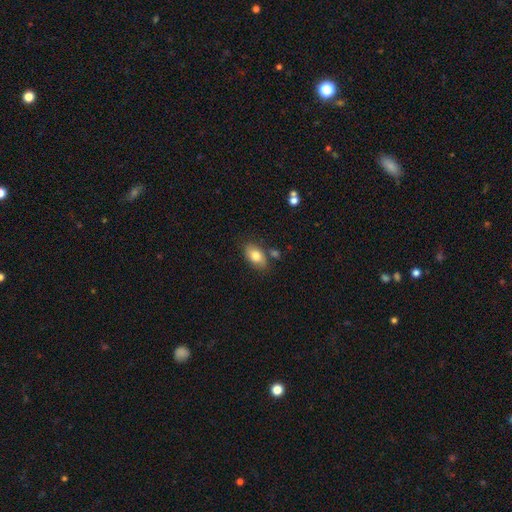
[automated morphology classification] smooth-or-featured: smooth: 78% | featured or disk: 14% | star or artifact: 7%
  how-rounded: in between: 91% | round: 7% | cigar-shaped: 2%
  merging: none: 73% | minor disturbance: 16% | merger: 7% | major disturbance: 4%